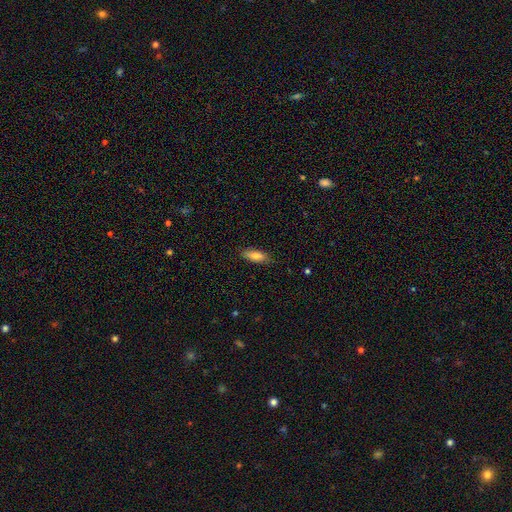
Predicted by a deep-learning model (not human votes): Smooth or featured: smooth — 78% (featured or disk — 15%)
How rounded: in between — 63% (cigar-shaped — 34%)
Merging: none — 82% (minor disturbance — 14%)